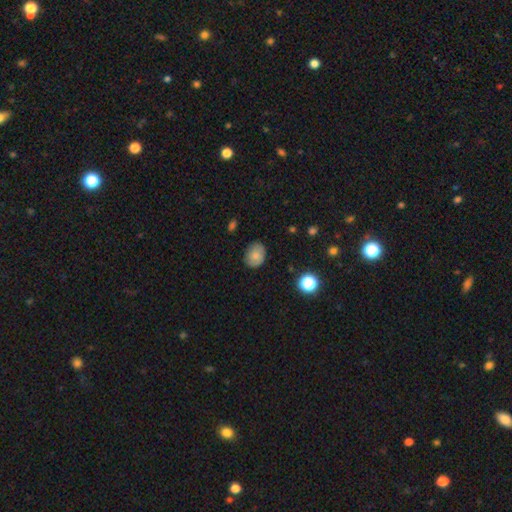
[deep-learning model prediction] Morphology: type=smooth (77%); roundness=in between (55%); merging=none (81%).